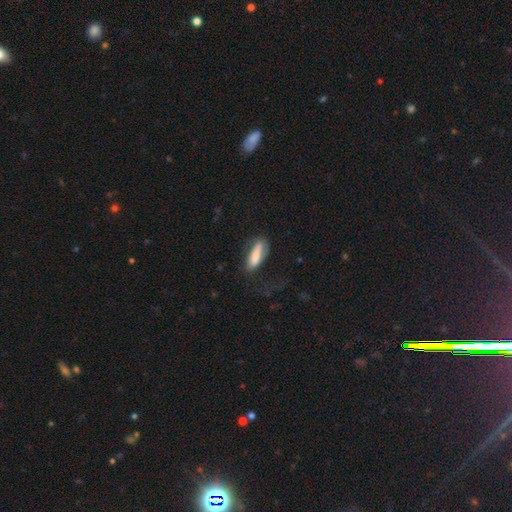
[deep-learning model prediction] smooth-or-featured: smooth: 78% | featured or disk: 15% | star or artifact: 7%
  how-rounded: cigar-shaped: 53% | in between: 45% | round: 2%
  merging: none: 54% | minor disturbance: 25% | major disturbance: 18% | merger: 3%